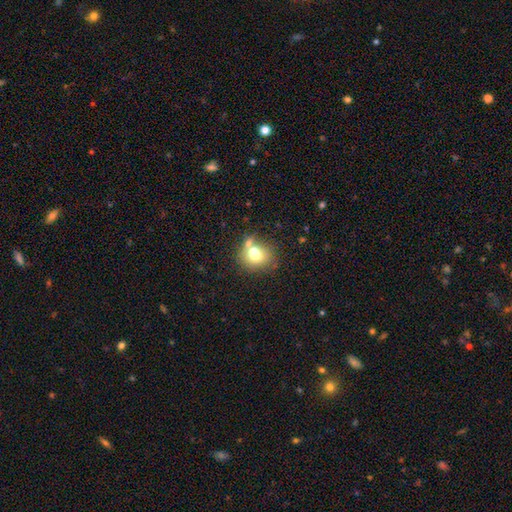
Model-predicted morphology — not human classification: smooth-or-featured: smooth: 66% | featured or disk: 22% | star or artifact: 12%
  how-rounded: round: 66% | in between: 33% | cigar-shaped: 1%
  merging: none: 43% | merger: 39% | minor disturbance: 12% | major disturbance: 5%